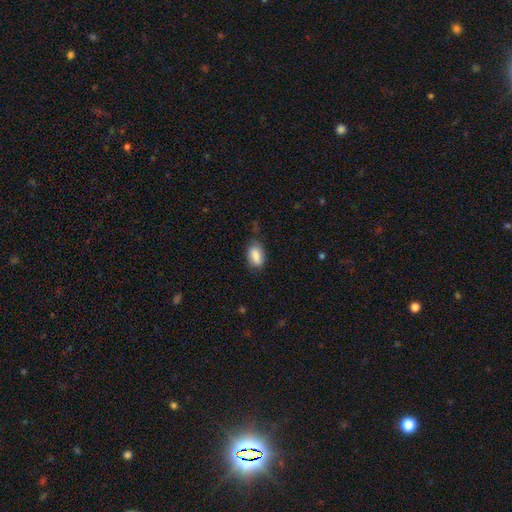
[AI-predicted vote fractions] This appears to be a smooth galaxy with no disk features (85%) that is in between round and cigar-shaped (91%). Merging: none (67%).